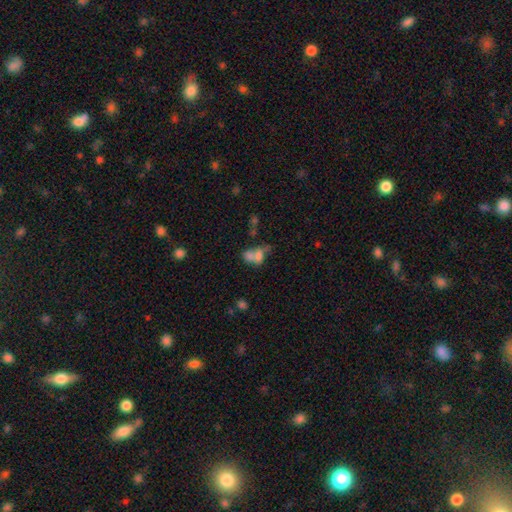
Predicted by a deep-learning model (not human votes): Q: Smooth or featured?
A: smooth (62%); runner-up: featured or disk (24%)
Q: How rounded?
A: in between (73%); runner-up: round (24%)
Q: Merging?
A: merger (62%); runner-up: none (18%)